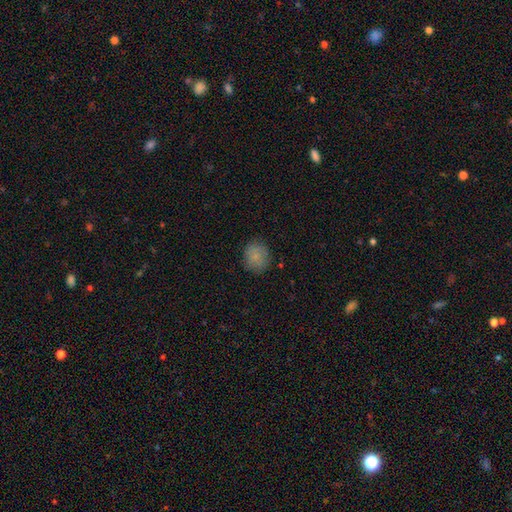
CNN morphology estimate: This appears to be a smooth galaxy with no disk features (84%) that is round (74%). Merging: none (82%).